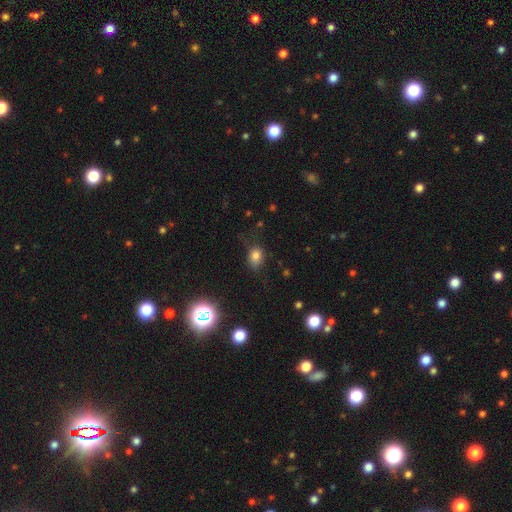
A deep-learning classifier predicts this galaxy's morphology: smooth_or_featured: smooth (p=0.75) [alt: star or artifact p=0.17]
how_rounded: in between (p=0.63) [alt: round p=0.36]
merging: none (p=0.64) [alt: minor disturbance p=0.25]